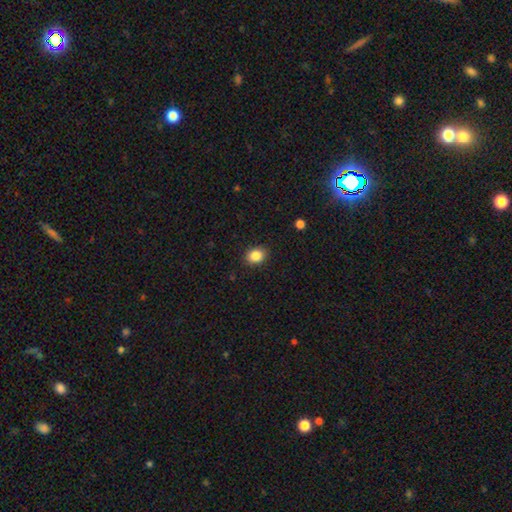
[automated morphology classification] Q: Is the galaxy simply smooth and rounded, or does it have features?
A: smooth — 86%.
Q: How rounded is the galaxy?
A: in between — 50%.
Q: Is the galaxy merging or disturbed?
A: none — 89%.